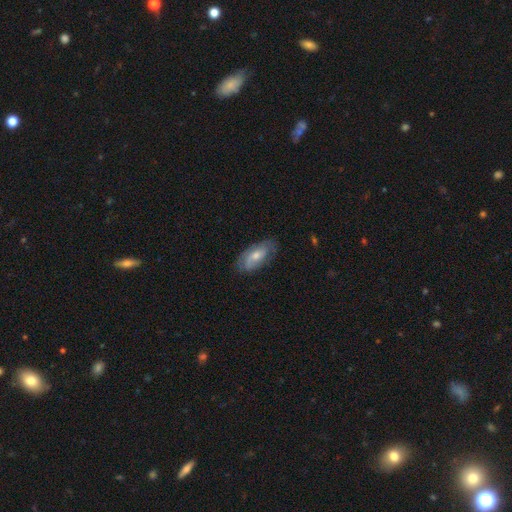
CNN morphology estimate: smooth_or_featured: featured or disk (p=0.56) [alt: smooth p=0.36]
disk_edge_on: no (p=0.87) [alt: yes p=0.13]
merging: none (p=0.78) [alt: minor disturbance p=0.17]